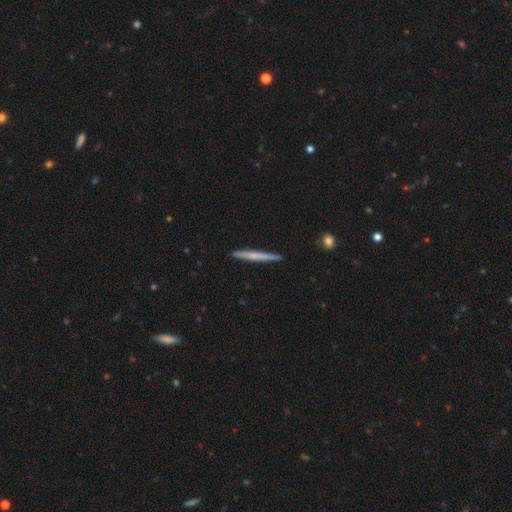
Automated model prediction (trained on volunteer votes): Smooth or featured? Predicted: smooth (p=0.50). How rounded? Predicted: cigar-shaped (p=0.97). Merging? Predicted: none (p=0.90).